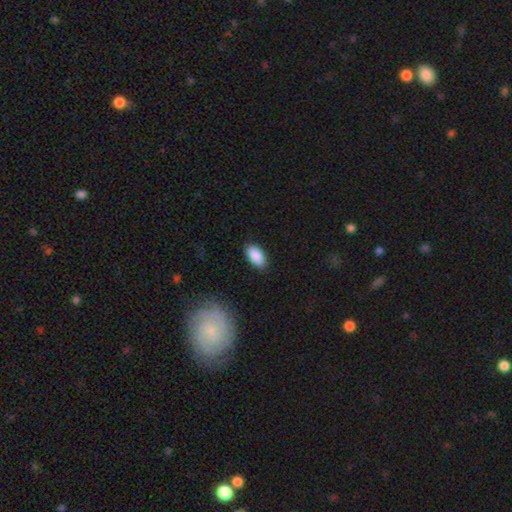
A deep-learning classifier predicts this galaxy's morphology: Smooth or featured? smooth (89%)
How rounded? in between (94%)
Merging? none (85%)